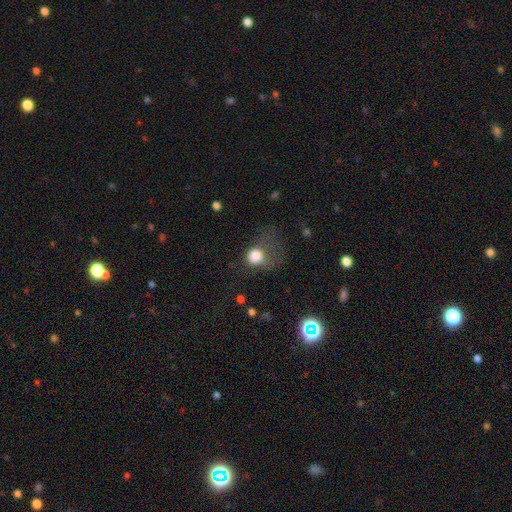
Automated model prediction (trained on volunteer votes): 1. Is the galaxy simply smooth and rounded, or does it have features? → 77% smooth, 12% featured or disk, 11% star or artifact.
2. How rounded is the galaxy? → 67% round, 32% in between, 1% cigar-shaped.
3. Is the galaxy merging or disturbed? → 53% major disturbance, 22% none, 21% minor disturbance, 4% merger.